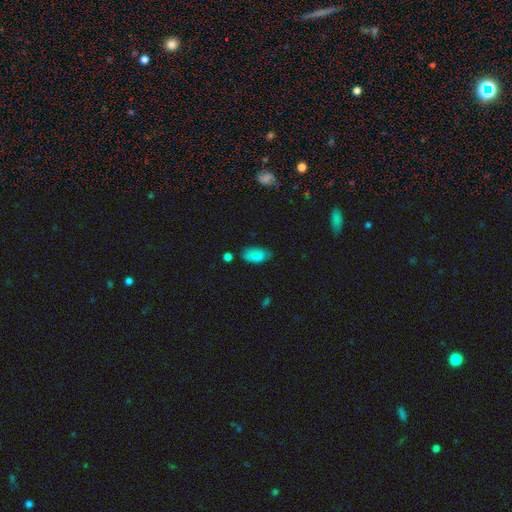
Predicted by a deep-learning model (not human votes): This appears to be a smooth galaxy with no disk features (85%) that is in between round and cigar-shaped (92%). Merging: none (65%).